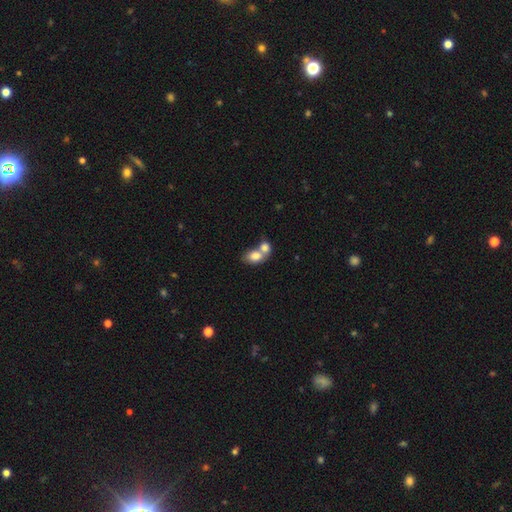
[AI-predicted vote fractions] smooth 80%, featured or disk 13%, star or artifact 7%. Down the decision tree: how rounded — in between (75%); merging — merger (66%).